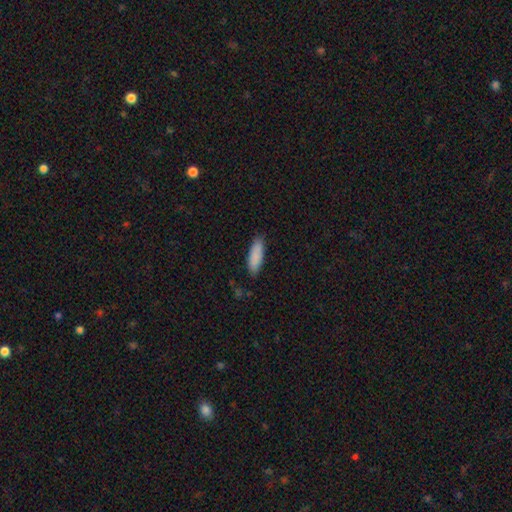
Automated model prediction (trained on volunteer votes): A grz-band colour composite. It shows a smooth galaxy with no disk features (88%) that is in between round and cigar-shaped (56%). Merging: none (85%).